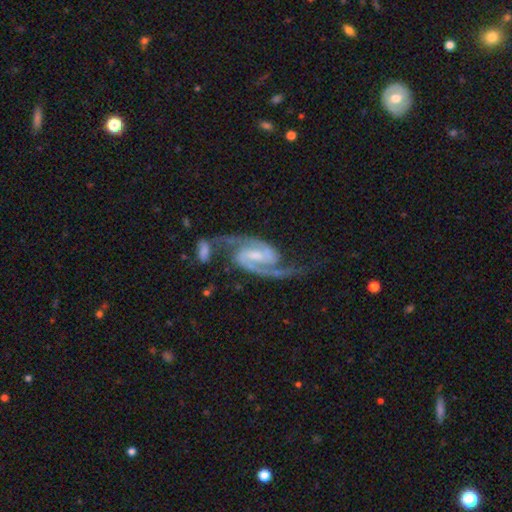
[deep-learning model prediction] smooth-or-featured: featured or disk: 93% | star or artifact: 4% | smooth: 3%
  disk-edge-on: no: 98% | yes: 2%
    bar: weak: 47% | strong: 34% | no: 19%
    has-spiral-arms: yes: 98% | no: 2%
      spiral-winding: medium: 59% | tight: 22% | loose: 19%
      spiral-arm-count: 2: 94% | can't tell: 2% | 1: 1% | 3: 1% | 4: 1% | more than 4: 1%
    bulge-size: small: 39% | moderate: 35% | none: 18% | large: 6% | dominant: 1%
  merging: none: 61% | minor disturbance: 17% | major disturbance: 11% | merger: 11%